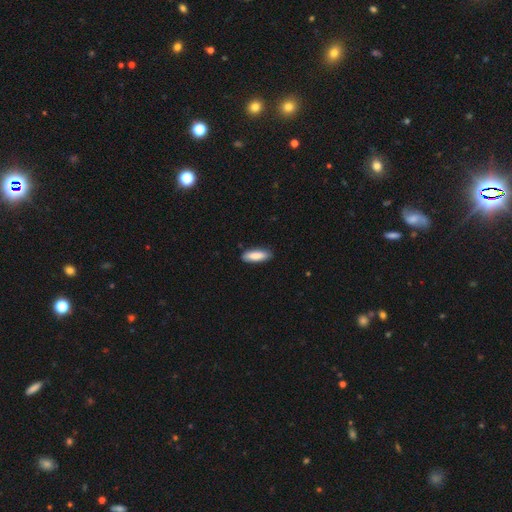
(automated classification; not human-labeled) Smooth or featured? smooth (87%)
How rounded? in between (61%)
Merging? none (85%)